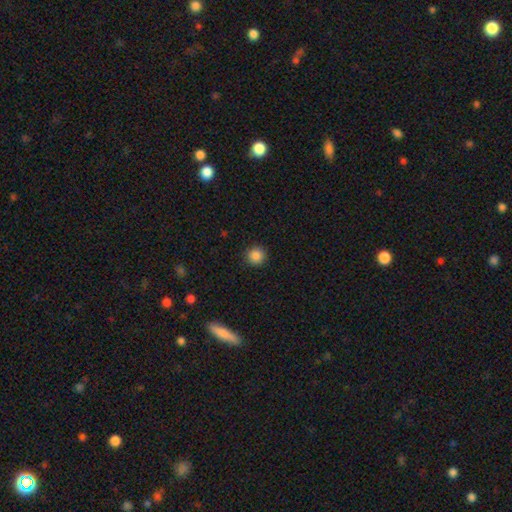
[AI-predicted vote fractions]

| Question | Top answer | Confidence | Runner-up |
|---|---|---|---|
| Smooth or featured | smooth | 87% | star or artifact (10%) |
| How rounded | round | 94% | in between (5%) |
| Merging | none | 91% | minor disturbance (6%) |